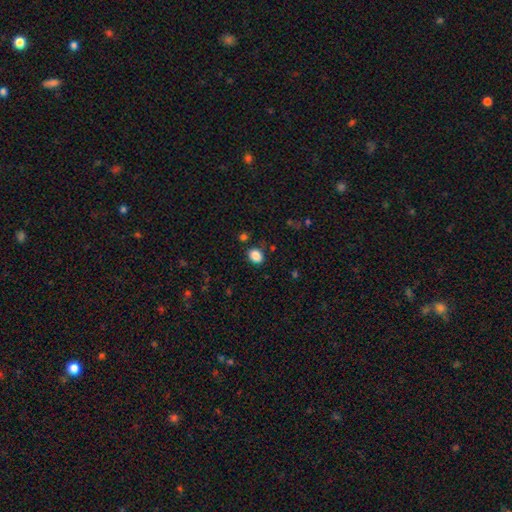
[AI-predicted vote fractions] Overall: smooth (87%). How rounded: in between (65%; round 34%). Merging: none (82%).